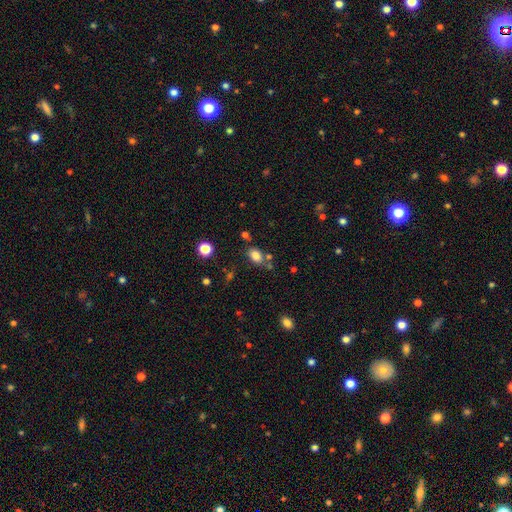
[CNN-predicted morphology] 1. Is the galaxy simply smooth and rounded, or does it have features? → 81% smooth, 11% star or artifact, 7% featured or disk.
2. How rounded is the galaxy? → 80% in between, 18% round, 2% cigar-shaped.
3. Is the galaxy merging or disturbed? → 68% none, 15% minor disturbance, 12% merger, 5% major disturbance.